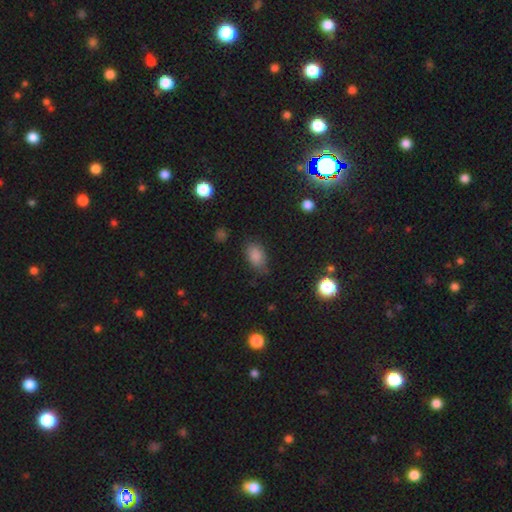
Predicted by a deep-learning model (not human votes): Morphology: type=smooth (84%); roundness=in between (89%); merging=none (74%).